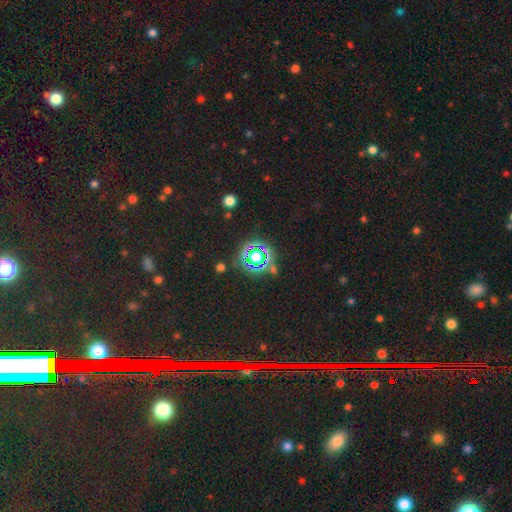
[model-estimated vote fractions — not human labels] Smooth or featured? star or artifact (64%)